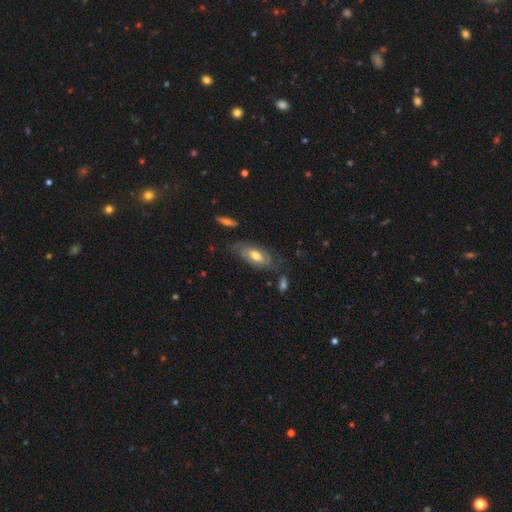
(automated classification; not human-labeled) Smooth or featured?
  - featured or disk: 59% *
  - smooth: 35%
  - star or artifact: 7%
Edge-on disk?
  - no: 87% *
  - yes: 13%
Bar?
  - no: 61% *
  - weak: 32%
  - strong: 8%
Spiral arms?
  - yes: 74% *
  - no: 26%
Bulge size?
  - moderate: 67% *
  - small: 15%
  - large: 15%
  - none: 1%
  - dominant: 1%
Merging?
  - none: 60% *
  - minor disturbance: 24%
  - major disturbance: 12%
  - merger: 3%